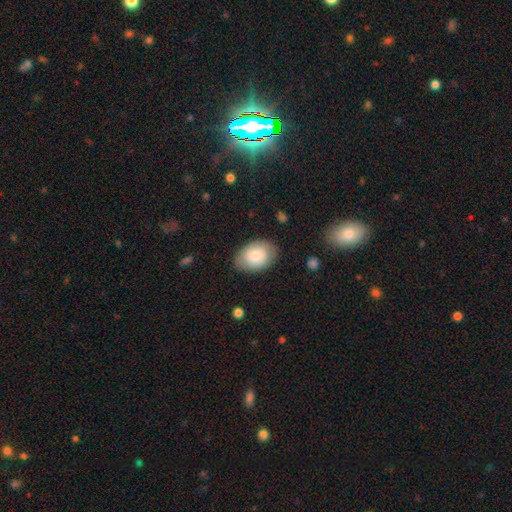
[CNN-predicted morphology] Smooth or featured: smooth — 77% (featured or disk — 17%)
How rounded: in between — 82% (round — 17%)
Merging: none — 80% (minor disturbance — 15%)